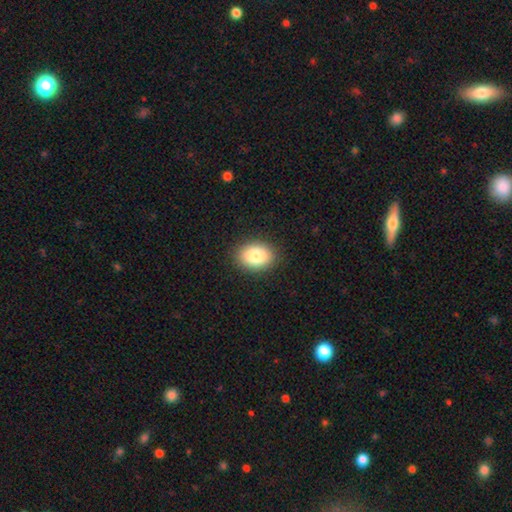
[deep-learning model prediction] Smooth or featured? smooth (85%)
How rounded? in between (72%)
Merging? none (89%)